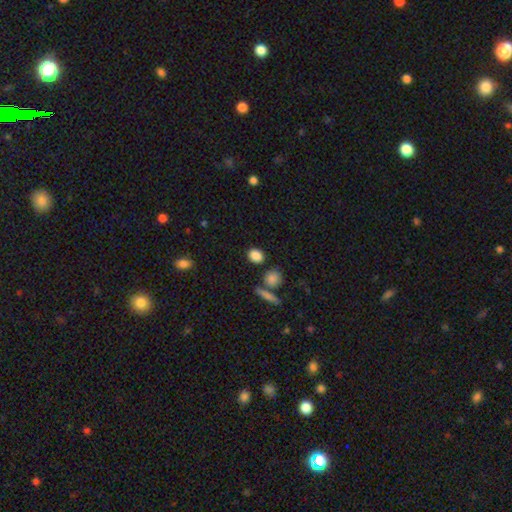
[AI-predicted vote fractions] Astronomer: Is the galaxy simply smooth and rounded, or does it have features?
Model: smooth — 86%.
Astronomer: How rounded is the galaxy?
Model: round — 53% (runner-up: in between, 44%).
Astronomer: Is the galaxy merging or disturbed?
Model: none — 81%.